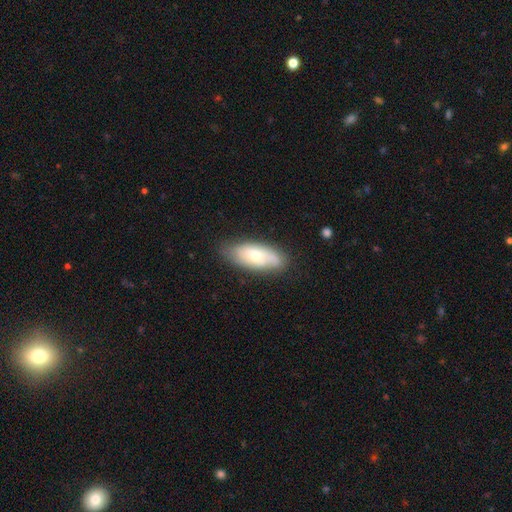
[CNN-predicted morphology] Smooth or featured: smooth — 56% (featured or disk — 38%)
How rounded: in between — 85% (cigar-shaped — 13%)
Merging: none — 74% (minor disturbance — 20%)